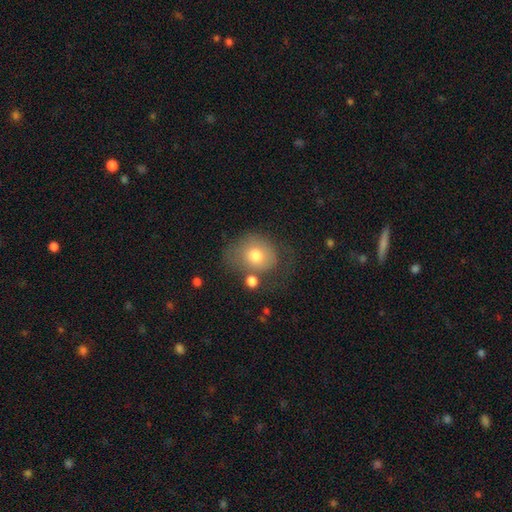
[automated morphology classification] smooth 71%, featured or disk 20%, star or artifact 9%. Down the decision tree: how rounded — round (59%); merging — none (43%).